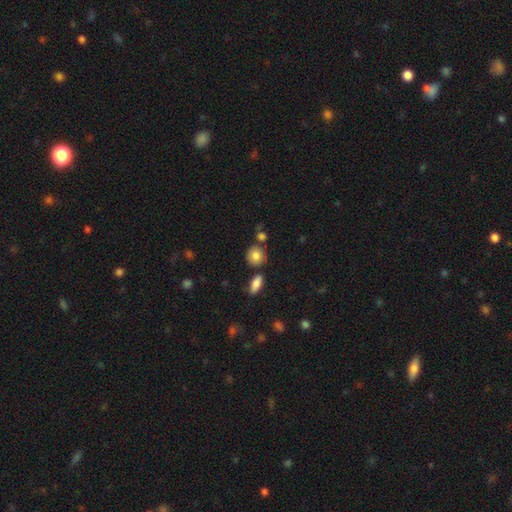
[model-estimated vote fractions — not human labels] The model was most divided on "how rounded": round: 80%, in between: 19%, cigar-shaped: 2%. More confident: smooth or featured — smooth (83%); merging — none (73%).